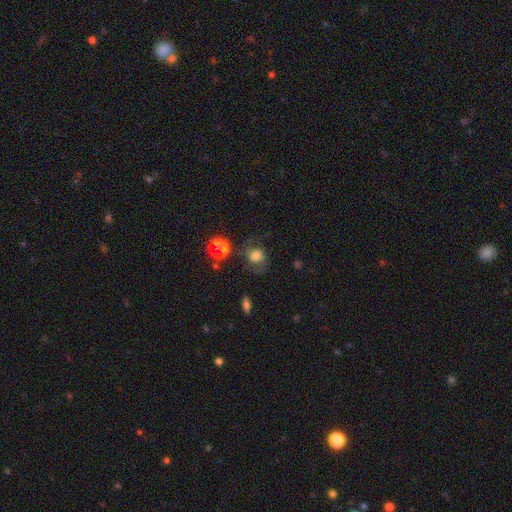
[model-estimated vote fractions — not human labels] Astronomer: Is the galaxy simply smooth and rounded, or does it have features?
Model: smooth — 47% (runner-up: featured or disk, 38%).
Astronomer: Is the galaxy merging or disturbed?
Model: none — 61%.